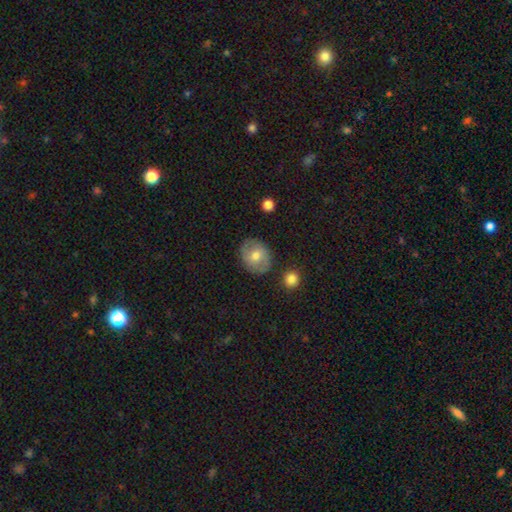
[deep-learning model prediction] smooth-or-featured: smooth: 61% | featured or disk: 32% | star or artifact: 8%
  how-rounded: round: 59% | in between: 40% | cigar-shaped: 1%
  merging: none: 79% | minor disturbance: 15% | major disturbance: 4% | merger: 3%